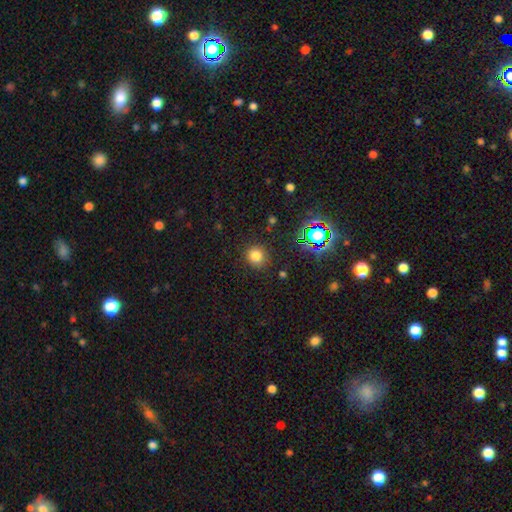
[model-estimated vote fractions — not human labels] A smooth galaxy with no disk features (77%) that is round (87%).

Vote fractions:
- Smooth or featured? smooth: 77% / star or artifact: 17% / featured or disk: 6%
- How rounded? round: 87% / in between: 12% / cigar-shaped: 1%
- Merging? none: 86% / minor disturbance: 9% / major disturbance: 3% / merger: 2%